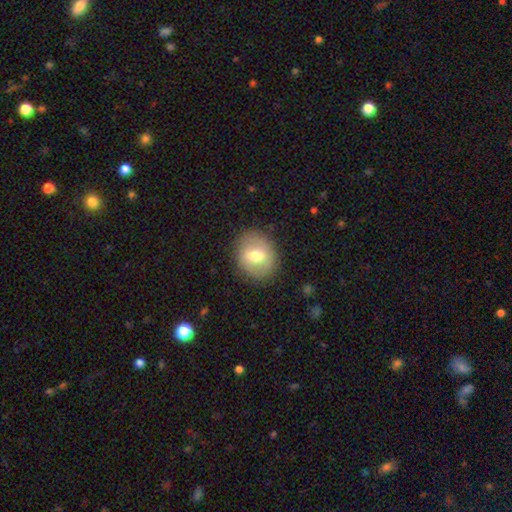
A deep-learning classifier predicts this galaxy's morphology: Smooth or featured?
  - smooth: 56% *
  - featured or disk: 36%
  - star or artifact: 8%
How rounded?
  - round: 61% *
  - in between: 38%
  - cigar-shaped: 1%
Merging?
  - none: 84% *
  - minor disturbance: 11%
  - major disturbance: 4%
  - merger: 1%